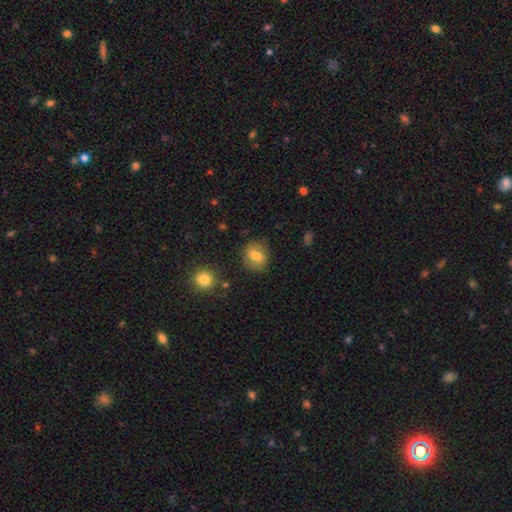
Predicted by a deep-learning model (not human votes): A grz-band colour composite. It shows a smooth galaxy with no disk features (73%) that is round (56%). Merging: none (80%).